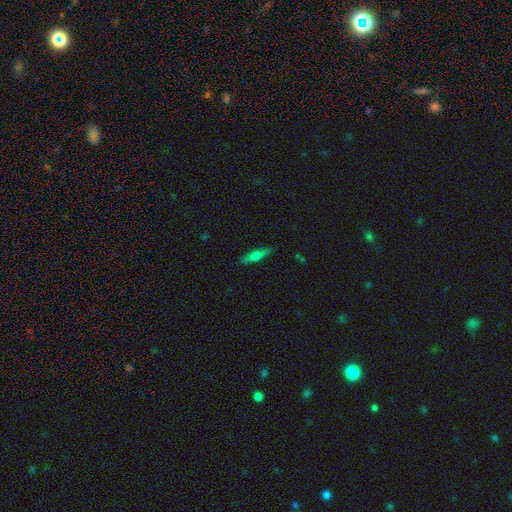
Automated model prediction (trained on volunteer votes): Smooth or featured? Predicted: smooth (p=0.62). How rounded? Predicted: cigar-shaped (p=0.80). Merging? Predicted: none (p=0.87).